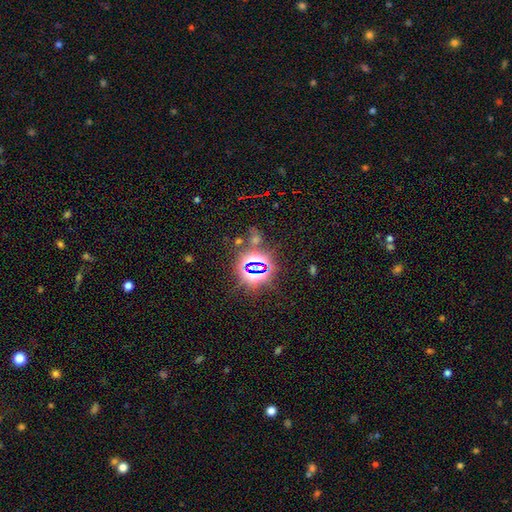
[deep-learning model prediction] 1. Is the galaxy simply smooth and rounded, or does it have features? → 85% star or artifact, 9% smooth, 7% featured or disk.